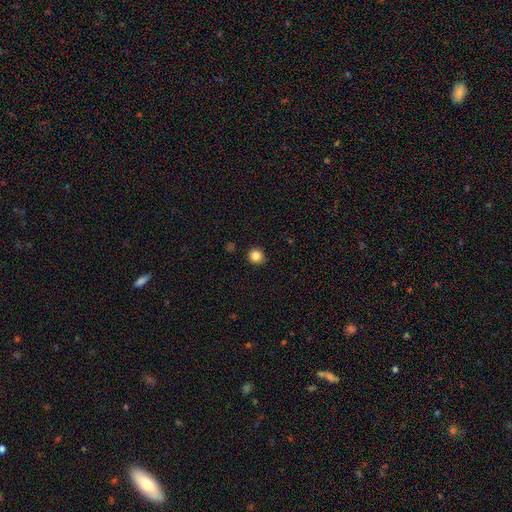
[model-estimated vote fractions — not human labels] Morphology: type=smooth (85%); roundness=round (90%); merging=none (88%).